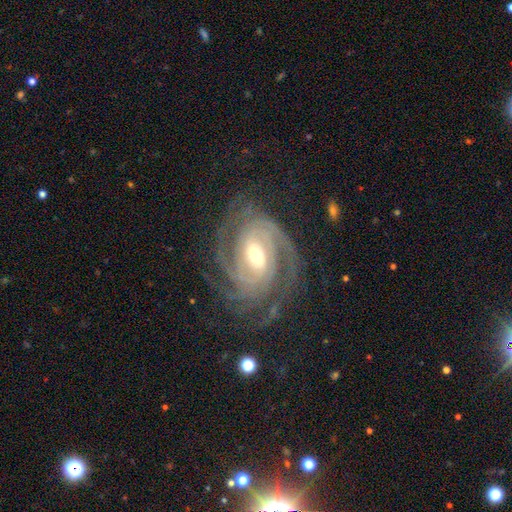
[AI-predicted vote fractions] Morphology: type=featured or disk (92%); edge-on=no (97%); bar=weak (44%); spiral arms=yes (98%); winding=tight (70%); arm count=3 (27%); bulge=moderate (59%); merging=none (75%).